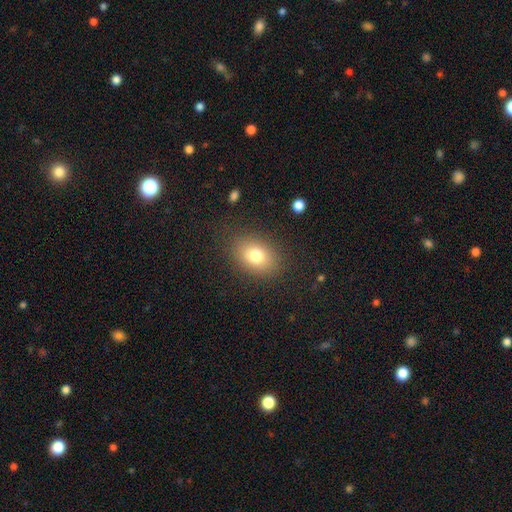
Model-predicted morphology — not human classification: The model was most divided on "how rounded": in between: 73%, round: 26%, cigar-shaped: 1%. More confident: merging — none (84%); smooth or featured — smooth (78%).